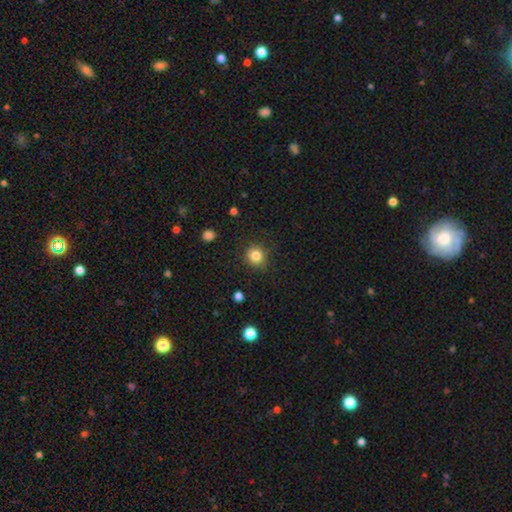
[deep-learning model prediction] Morphology: type=smooth (84%); roundness=round (90%); merging=none (87%).